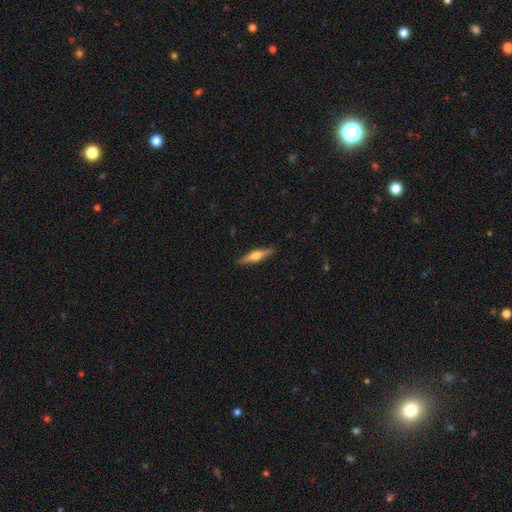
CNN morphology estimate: Smooth or featured? Predicted: featured or disk (p=0.63). Edge-on disk? Predicted: yes (p=0.97). Edge-on bulge? Predicted: rounded (p=0.90). Merging? Predicted: none (p=0.90).